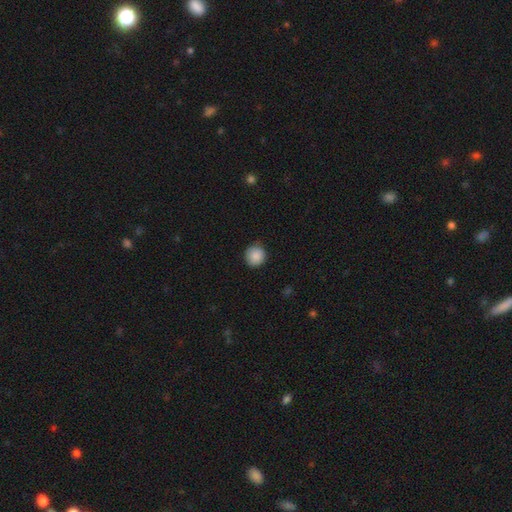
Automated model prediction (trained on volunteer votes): A smooth galaxy with no disk features (88%) that is round (93%). Merging: none (84%).